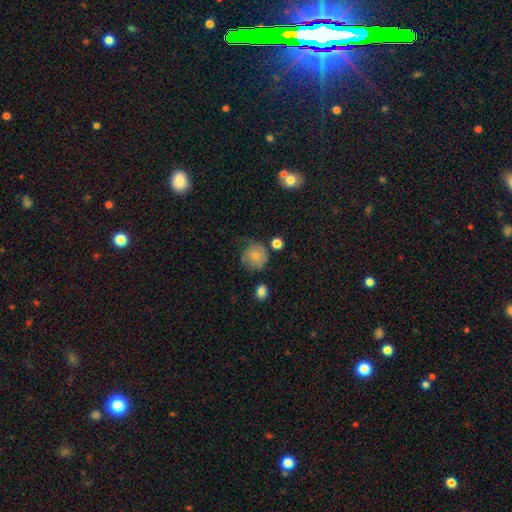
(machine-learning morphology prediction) This is likely a smooth galaxy (74%). How rounded: clearly round (90%). Merging: possibly none (59%).